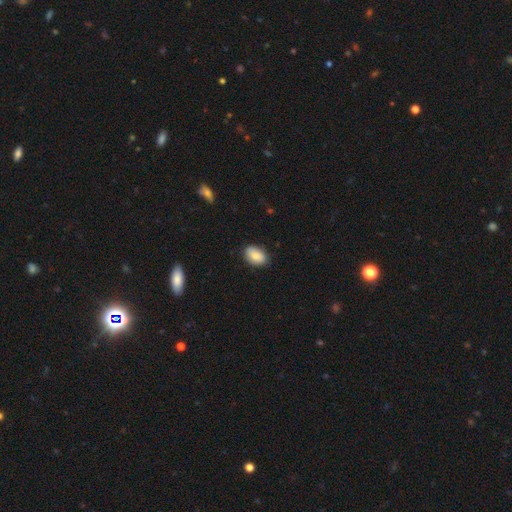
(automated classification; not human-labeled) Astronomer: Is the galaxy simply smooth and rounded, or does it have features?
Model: smooth — 87%.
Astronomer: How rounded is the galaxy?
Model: in between — 89%.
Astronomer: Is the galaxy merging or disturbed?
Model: none — 83%.